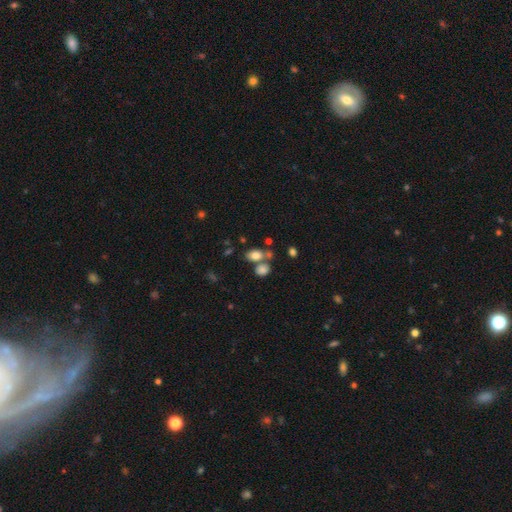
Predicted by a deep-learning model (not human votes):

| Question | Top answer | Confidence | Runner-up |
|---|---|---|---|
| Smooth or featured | smooth | 79% | star or artifact (11%) |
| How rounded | in between | 76% | round (22%) |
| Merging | none | 51% | merger (32%) |